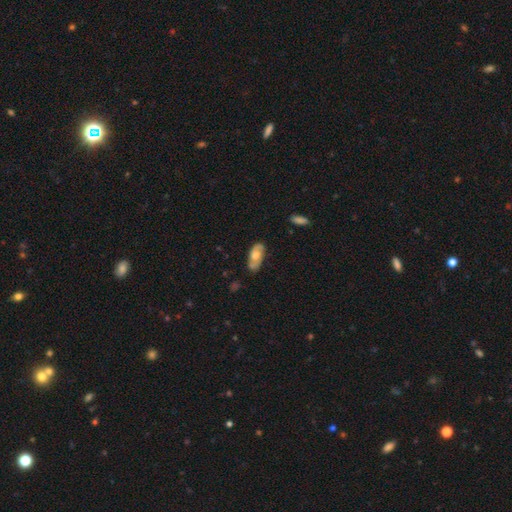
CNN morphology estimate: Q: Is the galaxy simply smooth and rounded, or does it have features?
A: featured or disk — 54%.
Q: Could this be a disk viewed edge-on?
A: no — 89%.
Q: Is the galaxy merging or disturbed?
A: none — 75%.